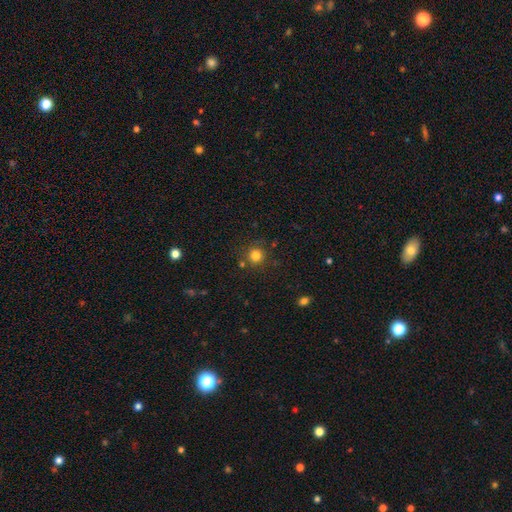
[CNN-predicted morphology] Overall: smooth (80%). How rounded: round (93%). Merging: none (82%).